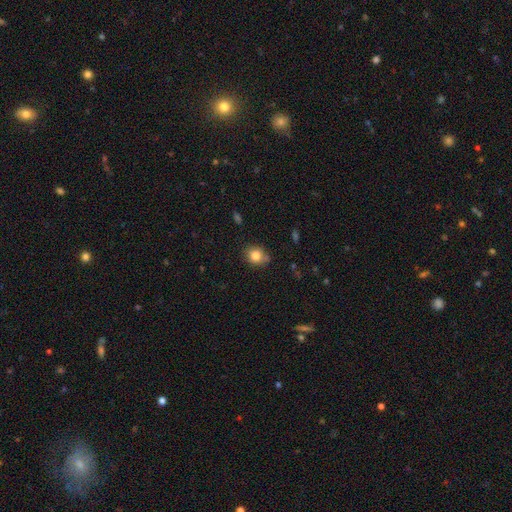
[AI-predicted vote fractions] Overall: smooth (82%). How rounded: round (68%; in between 31%). Merging: none (73%).